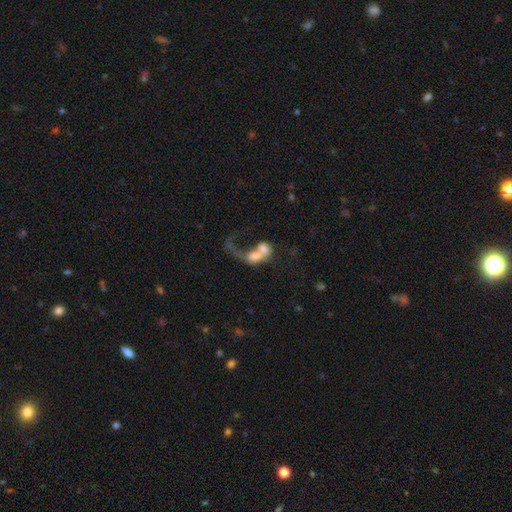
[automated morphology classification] This is possibly a smooth galaxy (51%). How rounded: likely in between (61%). Merging: likely merger (70%).